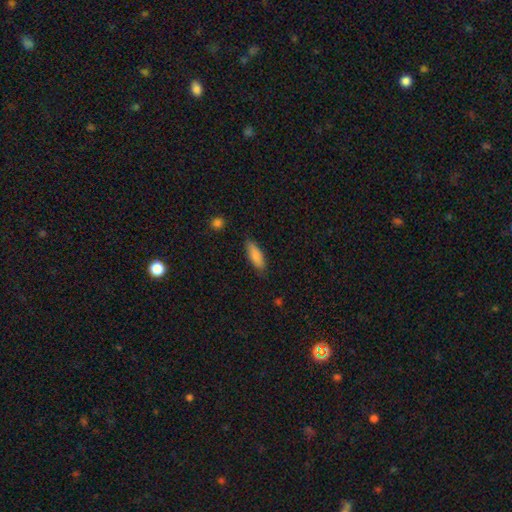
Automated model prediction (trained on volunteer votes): This appears to be a smooth galaxy with no disk features (86%) that is in between round and cigar-shaped (60%). Merging: none (83%).